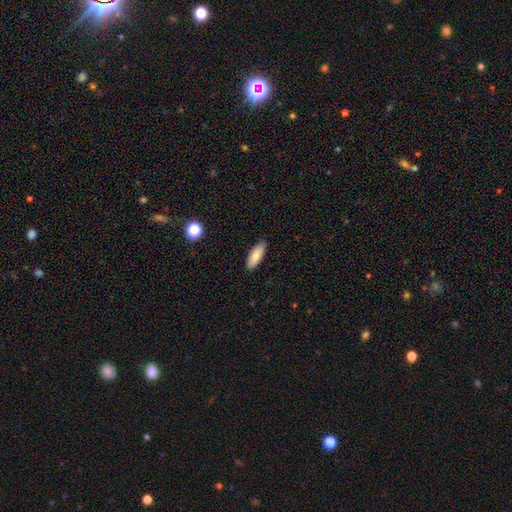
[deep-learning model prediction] Smooth or featured: smooth — 85% (featured or disk — 8%)
How rounded: in between — 67% (cigar-shaped — 31%)
Merging: none — 87% (minor disturbance — 10%)